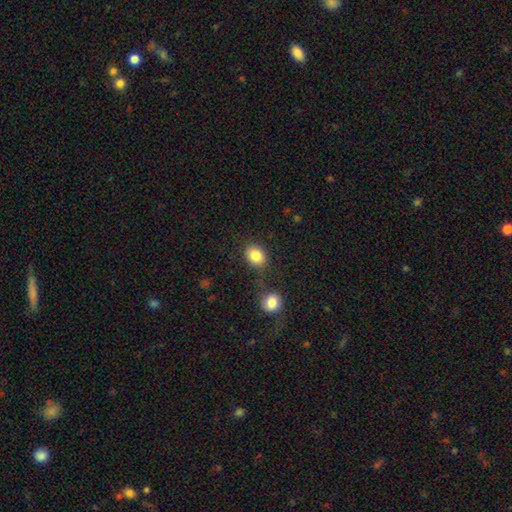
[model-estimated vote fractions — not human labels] smooth_or_featured: smooth (p=0.84) [alt: star or artifact p=0.09]
how_rounded: in between (p=0.50) [alt: round p=0.49]
merging: none (p=0.79) [alt: minor disturbance p=0.11]